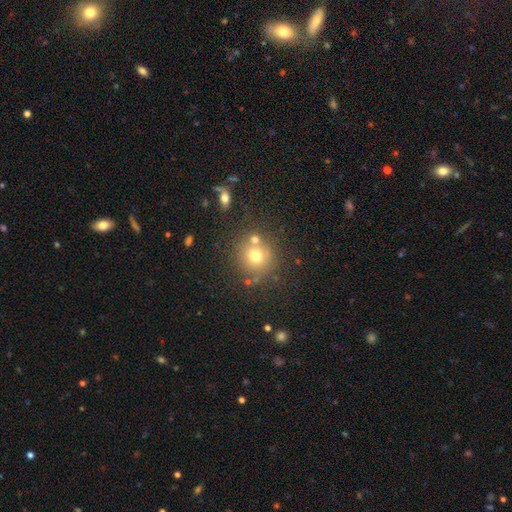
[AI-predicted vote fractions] This is likely a smooth galaxy (71%). How rounded: clearly round (91%). Merging: likely none (68%).